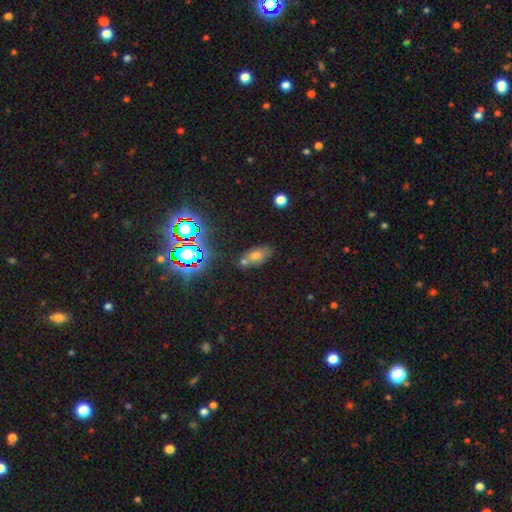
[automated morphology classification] Smooth or featured? smooth (57%)
How rounded? in between (81%)
Merging? none (63%)